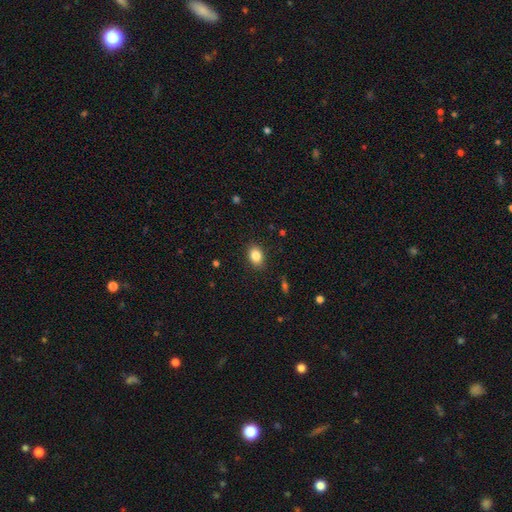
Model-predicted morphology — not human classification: A smooth galaxy with no disk features (85%) that is in between round and cigar-shaped (75%).

Vote fractions:
- Smooth or featured? smooth: 85% / star or artifact: 9% / featured or disk: 6%
- How rounded? in between: 75% / round: 24% / cigar-shaped: 1%
- Merging? none: 88% / minor disturbance: 9% / major disturbance: 2% / merger: 1%